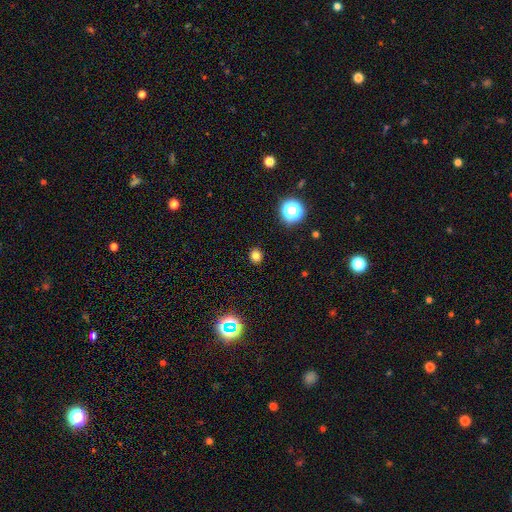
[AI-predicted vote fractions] Q: Smooth or featured?
A: smooth (79%); runner-up: star or artifact (17%)
Q: How rounded?
A: round (77%); runner-up: in between (22%)
Q: Merging?
A: none (90%); runner-up: minor disturbance (6%)